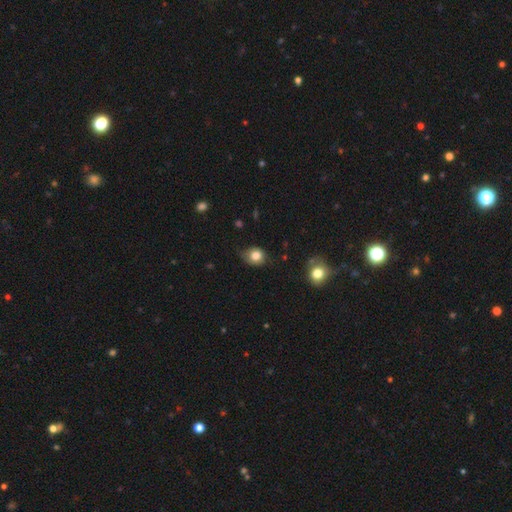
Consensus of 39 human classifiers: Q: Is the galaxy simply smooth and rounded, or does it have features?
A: smooth — 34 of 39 (87%).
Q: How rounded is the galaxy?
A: round — 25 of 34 (74%).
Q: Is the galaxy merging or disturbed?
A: none — 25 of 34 (74%).